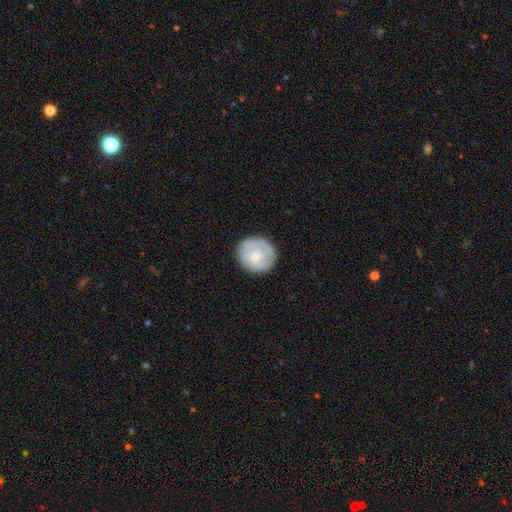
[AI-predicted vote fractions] This is likely a smooth galaxy (65%). How rounded: clearly round (90%). Merging: clearly none (84%).